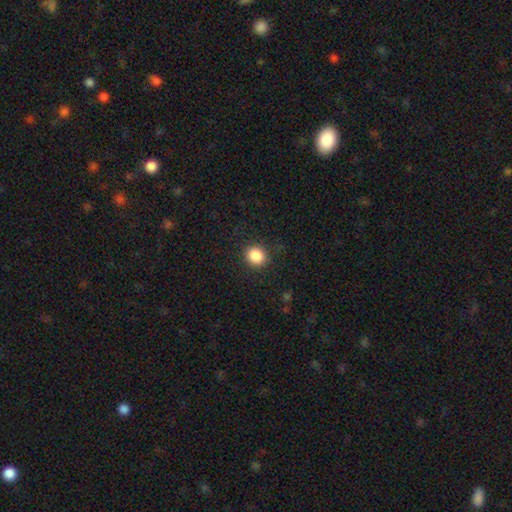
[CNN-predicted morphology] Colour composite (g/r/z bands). It shows a smooth galaxy with no disk features (87%) that is round (77%). Merging: none (88%).